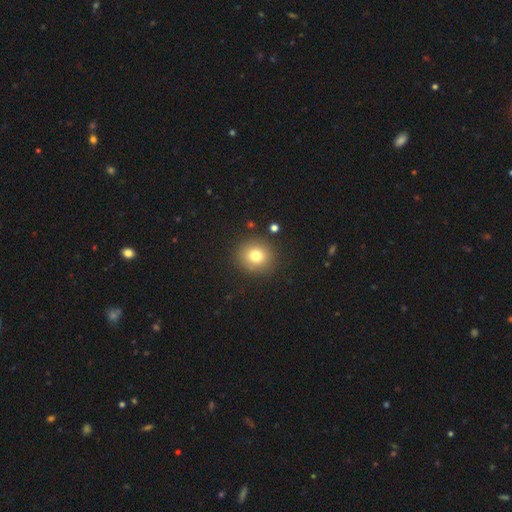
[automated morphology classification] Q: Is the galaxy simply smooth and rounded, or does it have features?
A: smooth — 77%.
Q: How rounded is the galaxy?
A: round — 89%.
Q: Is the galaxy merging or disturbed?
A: none — 88%.